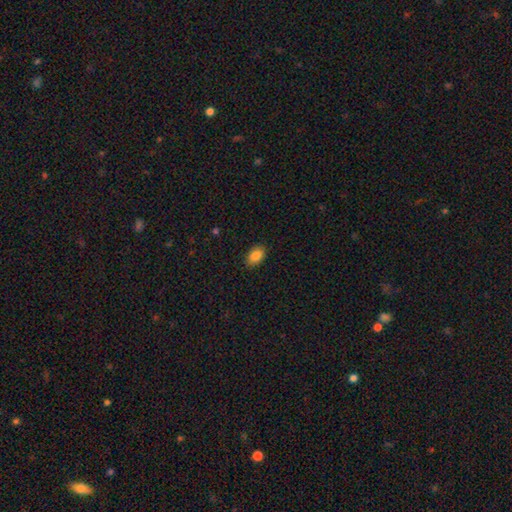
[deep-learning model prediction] The model was most divided on "merging": none: 87%, minor disturbance: 10%, major disturbance: 2%, merger: 1%. More confident: how rounded — in between (89%); smooth or featured — smooth (86%).